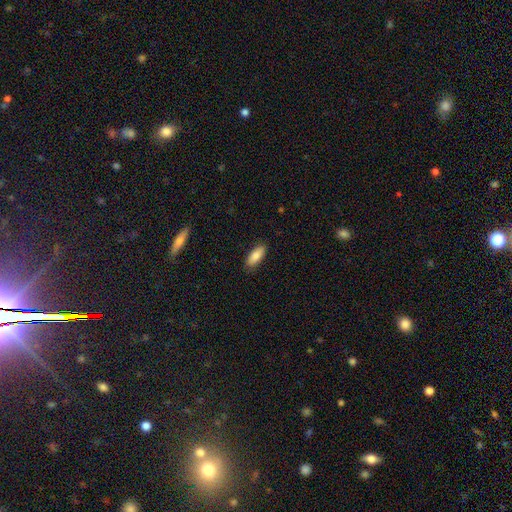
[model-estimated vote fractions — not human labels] The model was most divided on "how rounded": in between: 77%, cigar-shaped: 21%, round: 2%. More confident: merging — none (87%); smooth or featured — smooth (85%).